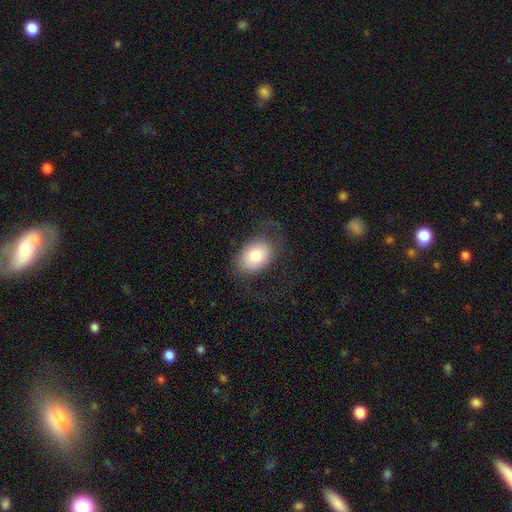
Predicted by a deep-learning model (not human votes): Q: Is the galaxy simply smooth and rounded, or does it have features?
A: smooth — 74%.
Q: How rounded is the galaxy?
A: in between — 78%.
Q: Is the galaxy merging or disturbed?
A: none — 64%.